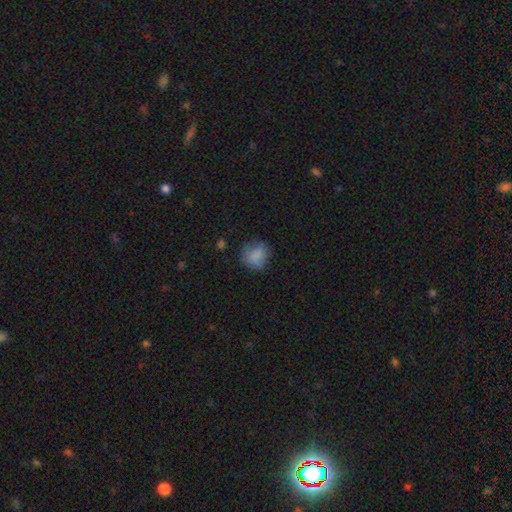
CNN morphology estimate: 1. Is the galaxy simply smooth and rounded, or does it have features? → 81% smooth, 9% star or artifact, 9% featured or disk.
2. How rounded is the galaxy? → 76% round, 23% in between, 1% cigar-shaped.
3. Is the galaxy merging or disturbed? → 68% none, 22% minor disturbance, 8% major disturbance, 2% merger.